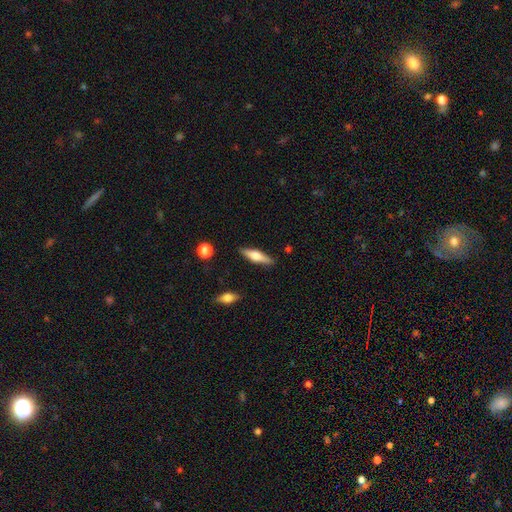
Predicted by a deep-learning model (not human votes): A featured or disk galaxy (48%). Merging: none (86%).